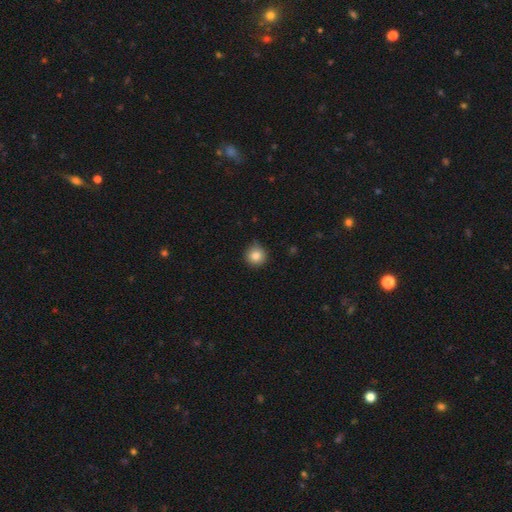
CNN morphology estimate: A smooth galaxy with no disk features (85%) that is round (93%).

Vote fractions:
- Smooth or featured? smooth: 85% / star or artifact: 10% / featured or disk: 5%
- How rounded? round: 93% / in between: 6% / cigar-shaped: 1%
- Merging? none: 79% / minor disturbance: 17% / major disturbance: 3% / merger: 1%